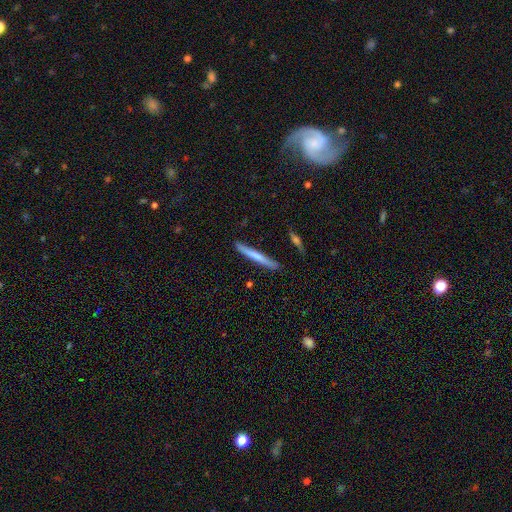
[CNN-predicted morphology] type=smooth (60%); roundness=cigar-shaped (96%); merging=none (86%).